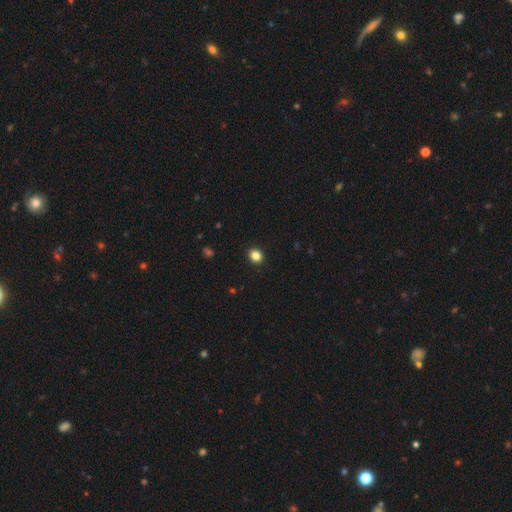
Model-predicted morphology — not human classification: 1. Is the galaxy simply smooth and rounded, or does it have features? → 85% smooth, 11% star or artifact, 4% featured or disk.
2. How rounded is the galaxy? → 72% round, 27% in between, 1% cigar-shaped.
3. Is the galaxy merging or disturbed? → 92% none, 5% minor disturbance, 2% major disturbance, 1% merger.